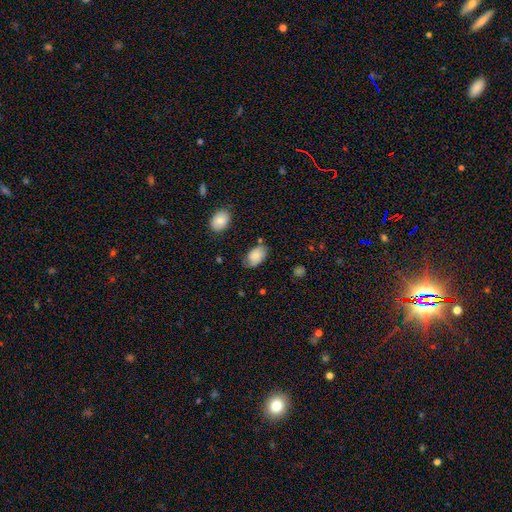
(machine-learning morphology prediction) Smooth or featured? Predicted: smooth (p=0.77). How rounded? Predicted: in between (p=0.91). Merging? Predicted: none (p=0.63).